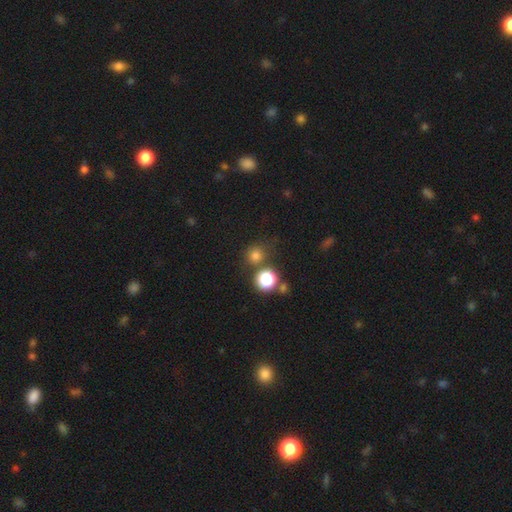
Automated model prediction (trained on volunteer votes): Smooth or featured? smooth (75%)
How rounded? round (89%)
Merging? none (72%)